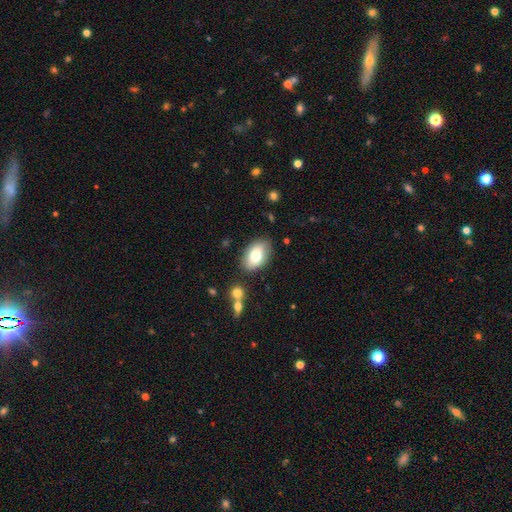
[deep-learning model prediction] Smooth or featured?
  - smooth: 74% *
  - featured or disk: 19%
  - star or artifact: 7%
How rounded?
  - in between: 90% *
  - round: 8%
  - cigar-shaped: 2%
Merging?
  - none: 82% *
  - minor disturbance: 12%
  - merger: 3%
  - major disturbance: 3%